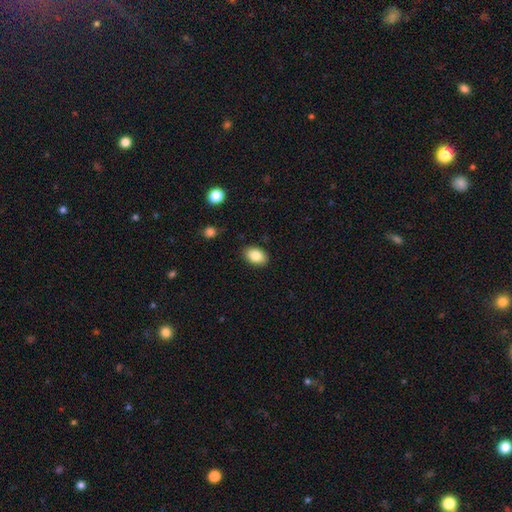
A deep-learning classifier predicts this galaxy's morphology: The model was most divided on "how rounded": in between: 86%, round: 13%, cigar-shaped: 1%. More confident: merging — none (88%); smooth or featured — smooth (86%).